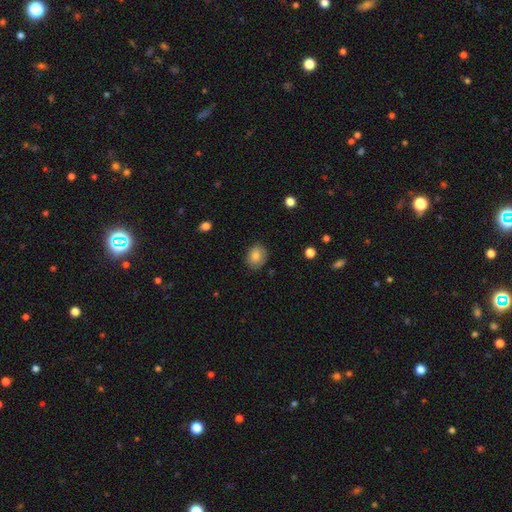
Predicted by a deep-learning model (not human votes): Overall: smooth (82%). How rounded: in between (51%; round 49%). Merging: none (80%).